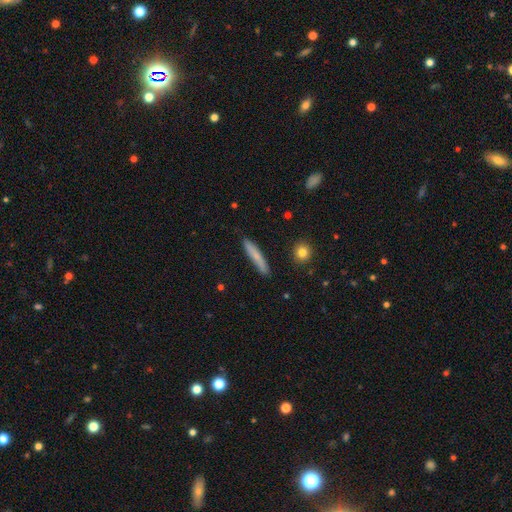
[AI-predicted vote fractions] A smooth galaxy with no disk features (70%) that is cigar-shaped (94%).

Vote fractions:
- Smooth or featured? smooth: 70% / featured or disk: 24% / star or artifact: 6%
- How rounded? cigar-shaped: 94% / in between: 5% / round: 2%
- Merging? none: 87% / minor disturbance: 10% / major disturbance: 2% / merger: 1%